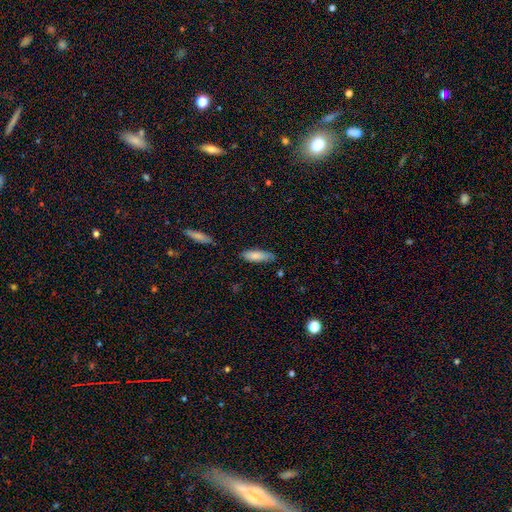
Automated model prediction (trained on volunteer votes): Overall: smooth (83%). How rounded: in between (53%; cigar-shaped 45%). Merging: none (72%).